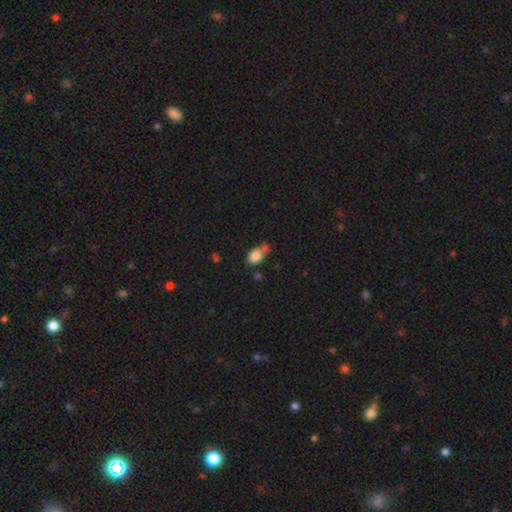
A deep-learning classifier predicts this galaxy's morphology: Smooth or featured: smooth — 82% (star or artifact — 9%)
How rounded: in between — 83% (round — 14%)
Merging: none — 44% (minor disturbance — 27%)